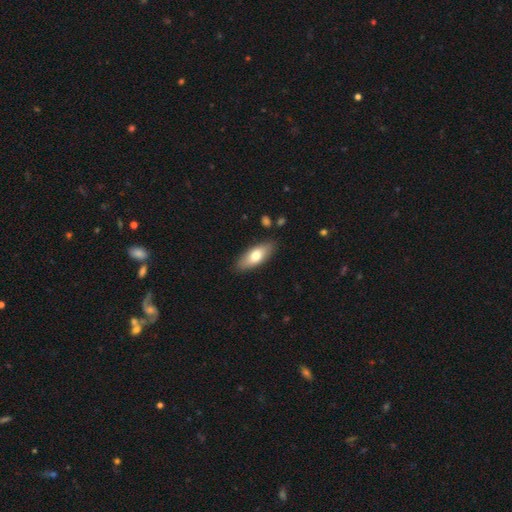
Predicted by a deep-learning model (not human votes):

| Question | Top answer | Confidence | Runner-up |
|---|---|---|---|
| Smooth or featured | smooth | 72% | featured or disk (22%) |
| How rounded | in between | 76% | cigar-shaped (22%) |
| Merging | none | 86% | minor disturbance (10%) |